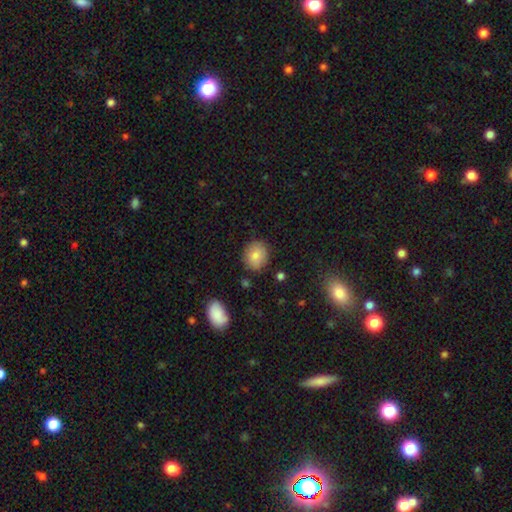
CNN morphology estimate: Overall: smooth (82%). How rounded: round (69%; in between 30%). Merging: none (82%).